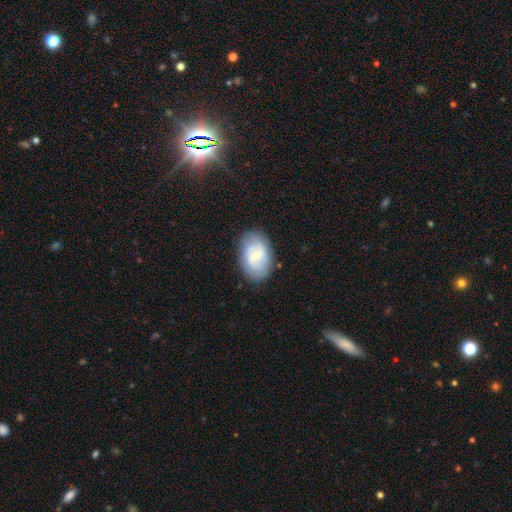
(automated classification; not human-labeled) Smooth or featured? Predicted: featured or disk (p=0.64). Edge-on disk? Predicted: no (p=0.96). Bar? Predicted: weak (p=0.46). Spiral arms? Predicted: yes (p=0.74). Bulge size? Predicted: small (p=0.60). Merging? Predicted: none (p=0.80).